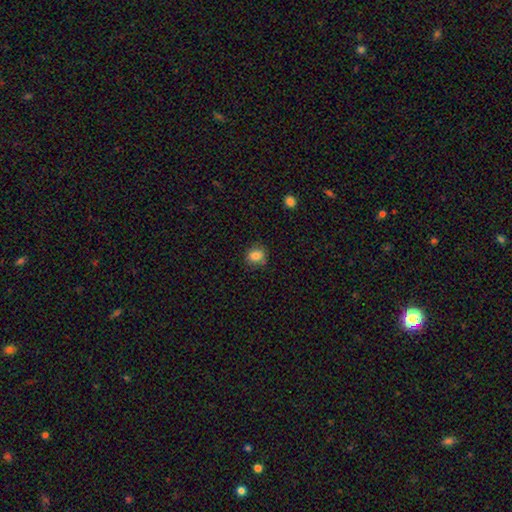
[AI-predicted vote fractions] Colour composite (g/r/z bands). It shows a smooth galaxy with no disk features (83%) that is round (73%). Merging: none (78%).